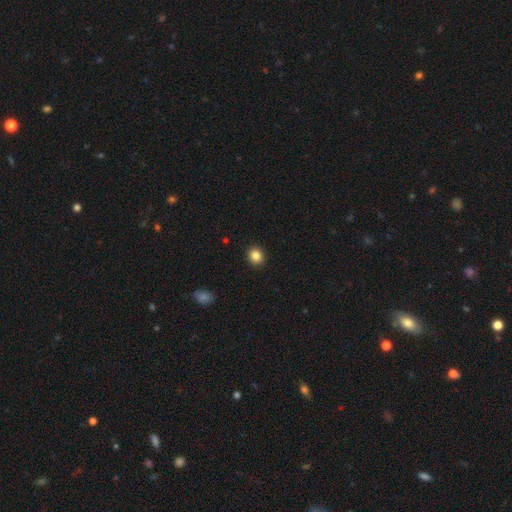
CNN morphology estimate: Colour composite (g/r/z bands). It shows a smooth galaxy with no disk features (85%) that is round (83%). Merging: none (92%).